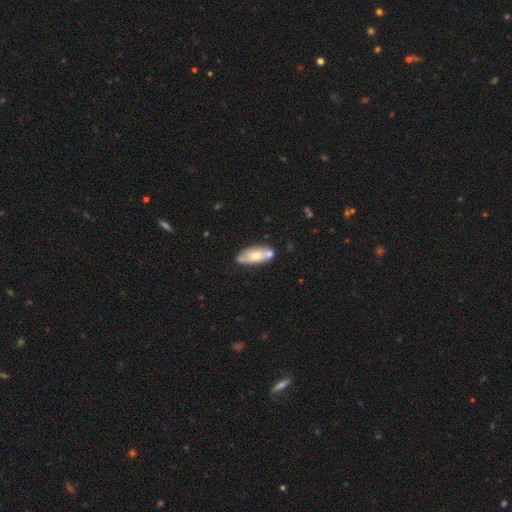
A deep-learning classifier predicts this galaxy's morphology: Smooth or featured: smooth — 59% (featured or disk — 35%)
How rounded: in between — 82% (cigar-shaped — 15%)
Merging: none — 57% (merger — 19%)